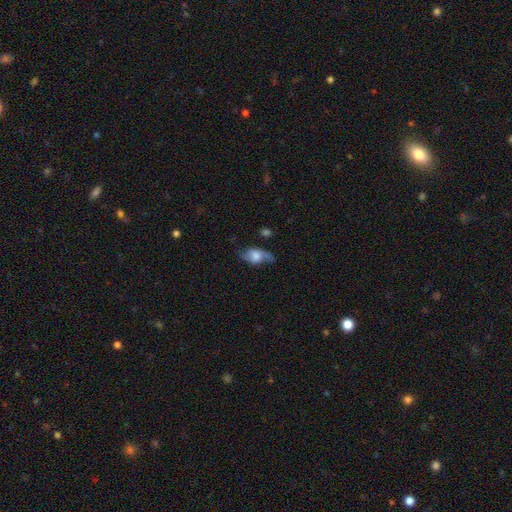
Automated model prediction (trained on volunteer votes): smooth_or_featured: featured or disk (p=0.46) [tied with: smooth p=0.46]
merging: none (p=0.54) [alt: minor disturbance p=0.28]